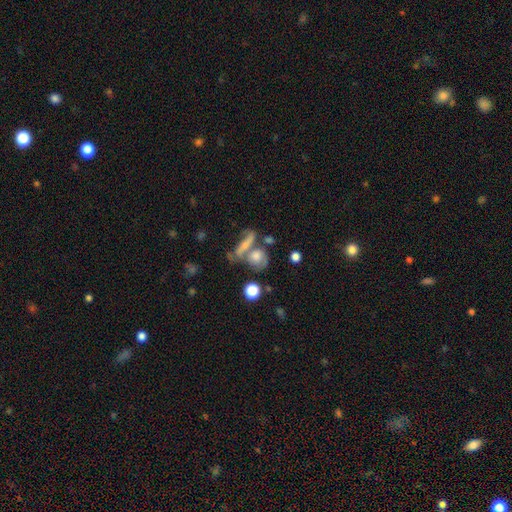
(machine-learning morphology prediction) This is possibly a smooth galaxy (53%). How rounded: possibly round (55%). Merging: marginally none (41%).